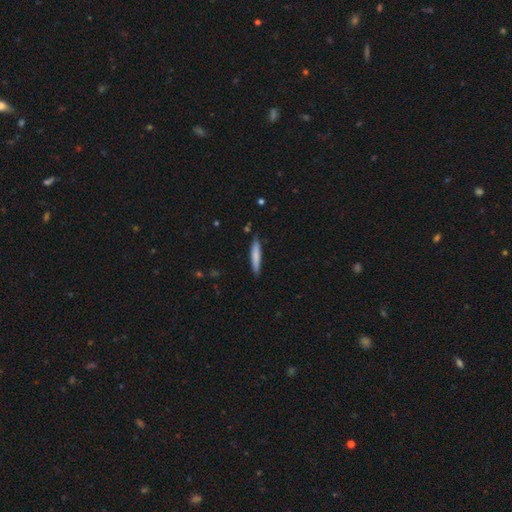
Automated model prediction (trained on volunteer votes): smooth 77%, featured or disk 17%, star or artifact 5%. Down the decision tree: how rounded — cigar-shaped (92%); merging — none (85%).